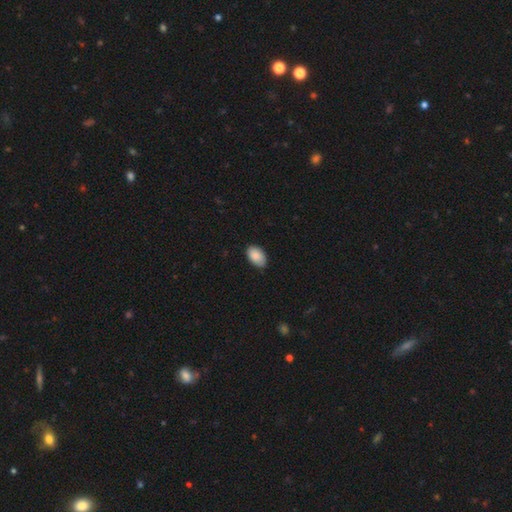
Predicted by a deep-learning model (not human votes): smooth-or-featured: smooth: 89% | star or artifact: 6% | featured or disk: 5%
  how-rounded: in between: 93% | round: 6% | cigar-shaped: 1%
  merging: none: 83% | minor disturbance: 14% | major disturbance: 2% | merger: 1%